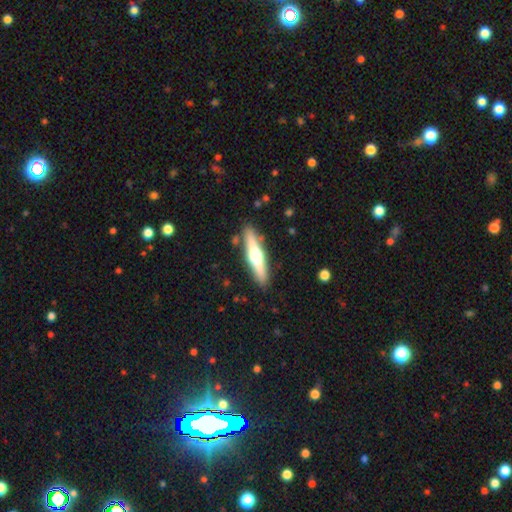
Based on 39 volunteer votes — Q: Smooth or featured?
A: featured or disk (64%); runner-up: smooth (33%)
Q: Edge-on disk?
A: yes (100%)
Q: Edge-on bulge?
A: rounded (96%); runner-up: boxy (4%)
Q: Merging?
A: none (87%); runner-up: merger (8%)